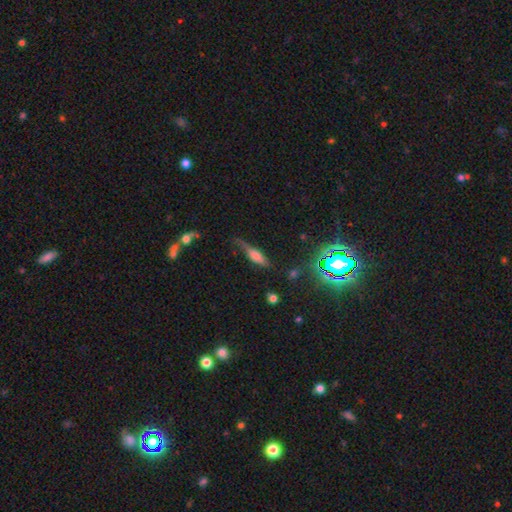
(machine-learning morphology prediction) Smooth or featured?
  - smooth: 50% *
  - featured or disk: 35%
  - star or artifact: 15%
How rounded?
  - cigar-shaped: 52% *
  - in between: 43%
  - round: 5%
Merging?
  - none: 42% *
  - minor disturbance: 34%
  - major disturbance: 19%
  - merger: 5%